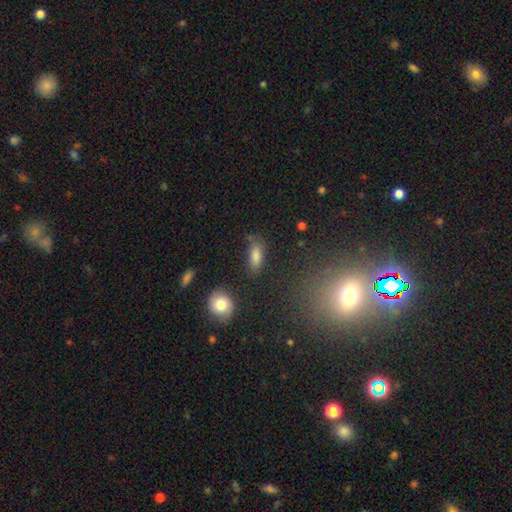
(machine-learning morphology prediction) A smooth galaxy with no disk features (80%) that is in between round and cigar-shaped (81%).

Vote fractions:
- Smooth or featured? smooth: 80% / star or artifact: 11% / featured or disk: 9%
- How rounded? in between: 81% / cigar-shaped: 14% / round: 5%
- Merging? none: 74% / minor disturbance: 16% / major disturbance: 5% / merger: 5%